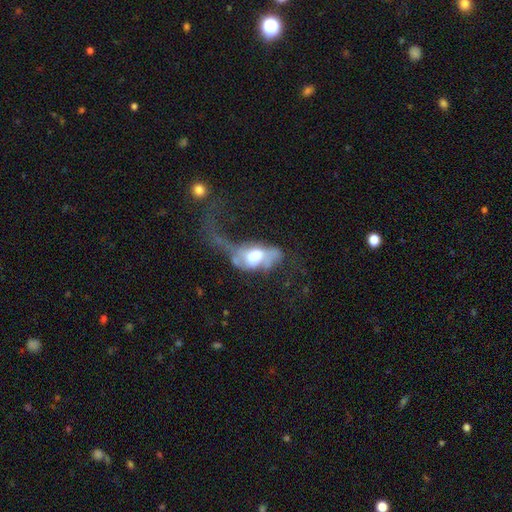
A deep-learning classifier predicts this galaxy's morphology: Overall: featured or disk (51%; smooth 40%). Edge-on disk: no (84%). Merging: major disturbance (64%).